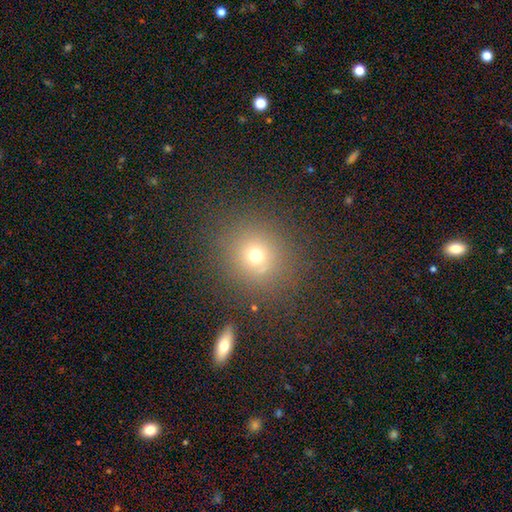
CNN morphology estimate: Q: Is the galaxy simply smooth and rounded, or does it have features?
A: smooth — 68%.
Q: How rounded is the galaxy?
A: round — 86%.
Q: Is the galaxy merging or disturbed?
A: none — 81%.